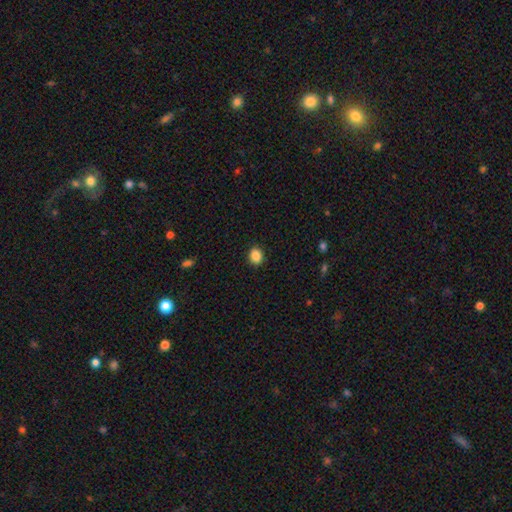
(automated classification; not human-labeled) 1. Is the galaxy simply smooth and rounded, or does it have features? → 88% smooth, 9% star or artifact, 3% featured or disk.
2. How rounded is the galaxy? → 51% round, 48% in between, 1% cigar-shaped.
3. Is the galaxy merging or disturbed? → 90% none, 7% minor disturbance, 2% major disturbance, 1% merger.